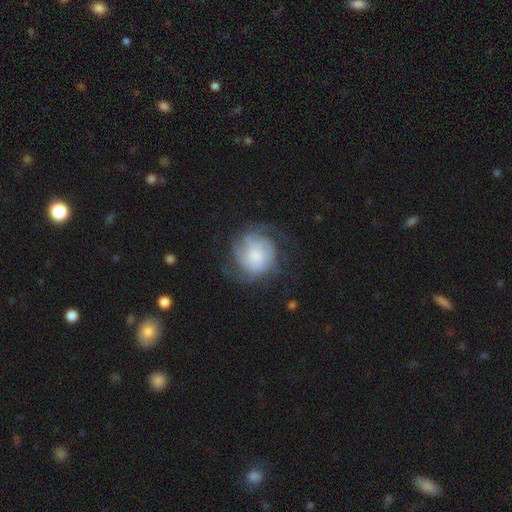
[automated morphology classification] A featured or disk galaxy (62%) with no bar (75%), tight (43%) spiral arms (86%) and a small central bulge (36%).

Vote fractions:
- Smooth or featured? featured or disk: 62% / smooth: 30% / star or artifact: 8%
- Edge-on disk? no: 98% / yes: 2%
- Bar? no: 75% / weak: 21% / strong: 3%
- Spiral arms? yes: 86% / no: 14%
- Spiral winding? tight: 43% / medium: 37% / loose: 20%
- Spiral arm count? can't tell: 37% / 2: 22% / 3: 19% / 4: 8% / 1: 8% / more than 4: 6%
- Bulge size? small: 36% / moderate: 28% / large: 21% / none: 11% / dominant: 4%
- Merging? none: 55% / major disturbance: 22% / minor disturbance: 21% / merger: 2%